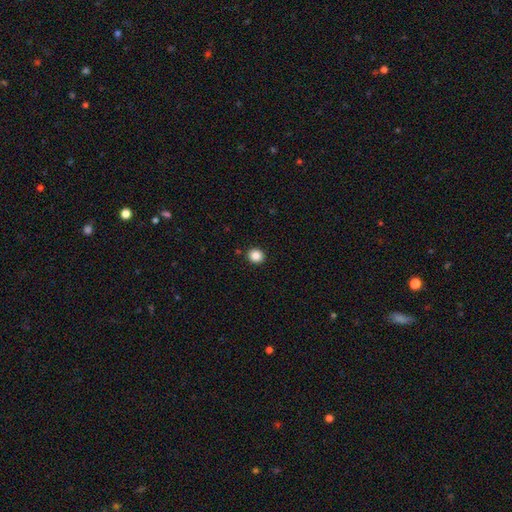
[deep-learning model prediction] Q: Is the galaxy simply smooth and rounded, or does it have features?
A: smooth — 87%.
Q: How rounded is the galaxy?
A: round — 84%.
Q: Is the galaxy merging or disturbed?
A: none — 91%.